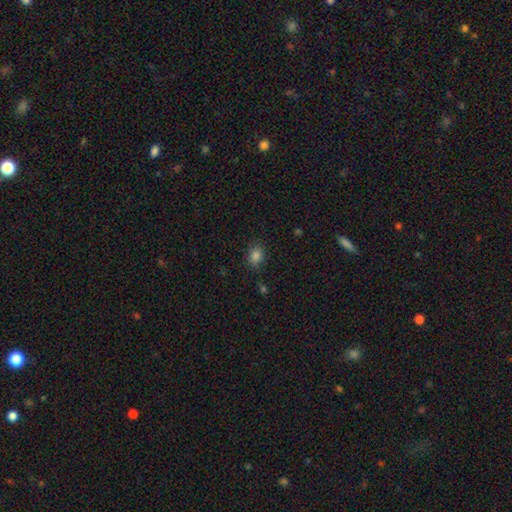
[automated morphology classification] Smooth or featured: smooth — 83% (star or artifact — 13%)
How rounded: in between — 50% (round — 49%)
Merging: none — 82% (minor disturbance — 13%)